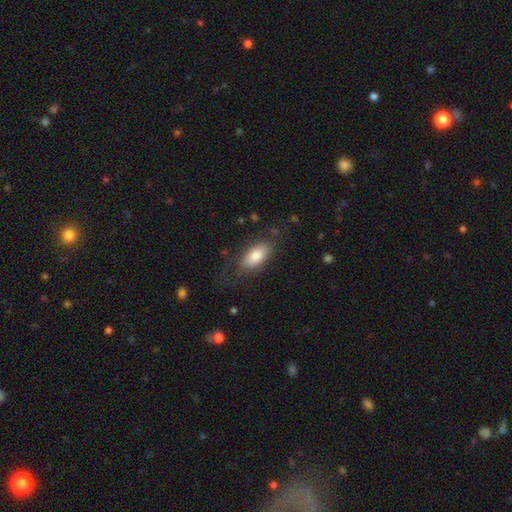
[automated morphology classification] smooth 75%, featured or disk 18%, star or artifact 7%. Down the decision tree: how rounded — in between (88%); merging — none (69%).